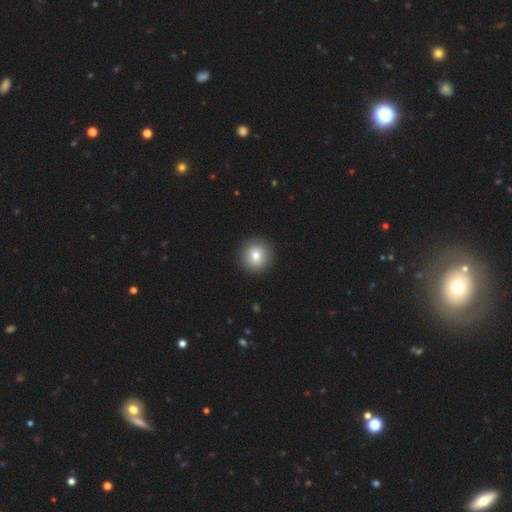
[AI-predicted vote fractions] smooth-or-featured: smooth: 80% | featured or disk: 11% | star or artifact: 9%
  how-rounded: round: 95% | in between: 4% | cigar-shaped: 1%
  merging: none: 93% | minor disturbance: 5% | major disturbance: 2% | merger: 1%